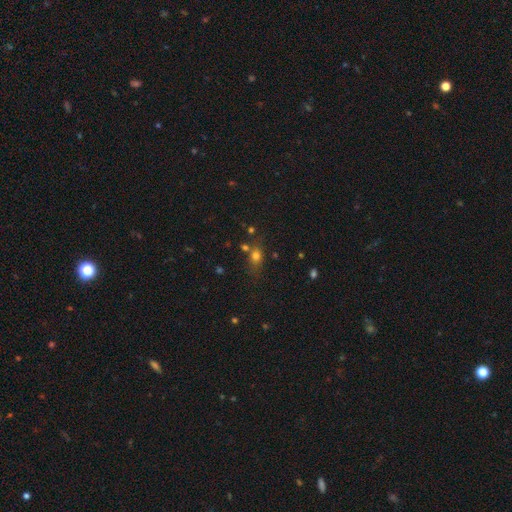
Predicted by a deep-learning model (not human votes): Smooth or featured? smooth (71%)
How rounded? in between (53%)
Merging? none (61%)